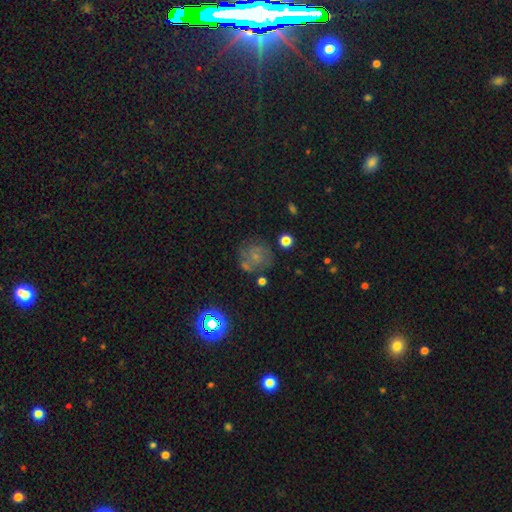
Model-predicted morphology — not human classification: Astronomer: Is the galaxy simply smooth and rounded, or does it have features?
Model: smooth — 50% (runner-up: featured or disk, 31%).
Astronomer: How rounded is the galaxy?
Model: round — 84%.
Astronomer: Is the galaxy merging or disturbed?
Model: none — 59%.